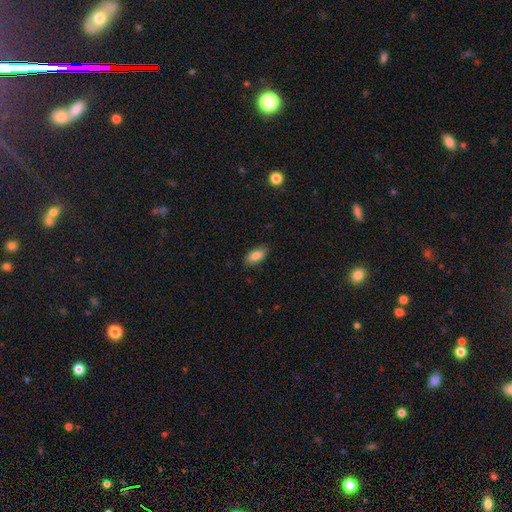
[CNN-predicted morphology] Smooth or featured: smooth — 83% (featured or disk — 10%)
How rounded: in between — 88% (cigar-shaped — 9%)
Merging: none — 85% (minor disturbance — 12%)